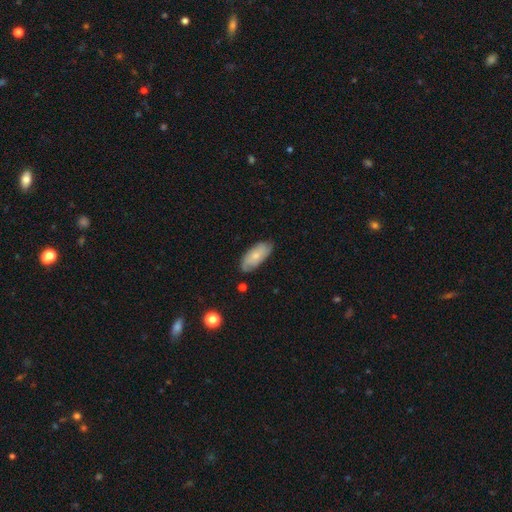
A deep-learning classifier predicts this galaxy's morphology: Smooth or featured?
  - smooth: 66% *
  - featured or disk: 28%
  - star or artifact: 6%
How rounded?
  - in between: 86% *
  - cigar-shaped: 12%
  - round: 2%
Merging?
  - none: 76% *
  - minor disturbance: 19%
  - major disturbance: 3%
  - merger: 2%